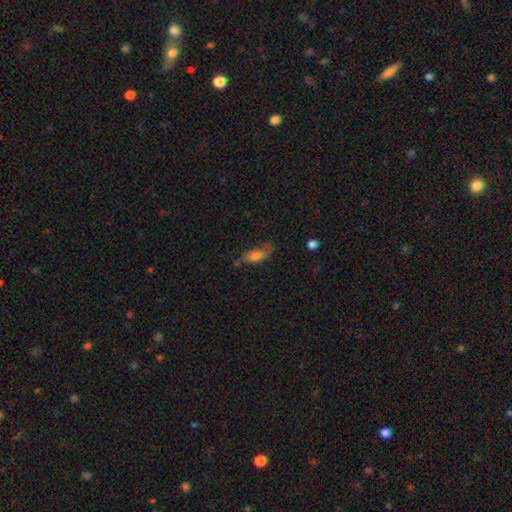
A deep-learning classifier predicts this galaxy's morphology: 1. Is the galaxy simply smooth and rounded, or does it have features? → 73% smooth, 17% featured or disk, 10% star or artifact.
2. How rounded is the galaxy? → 68% in between, 29% cigar-shaped, 3% round.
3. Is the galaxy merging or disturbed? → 52% none, 30% minor disturbance, 13% major disturbance, 5% merger.